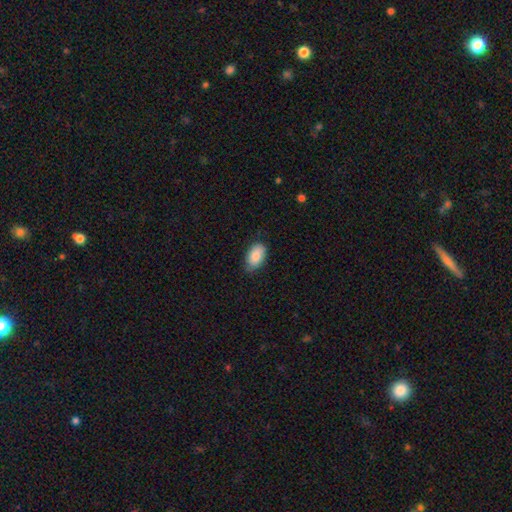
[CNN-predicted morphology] A smooth galaxy with no disk features (87%) that is in between round and cigar-shaped (93%). Merging: none (79%).